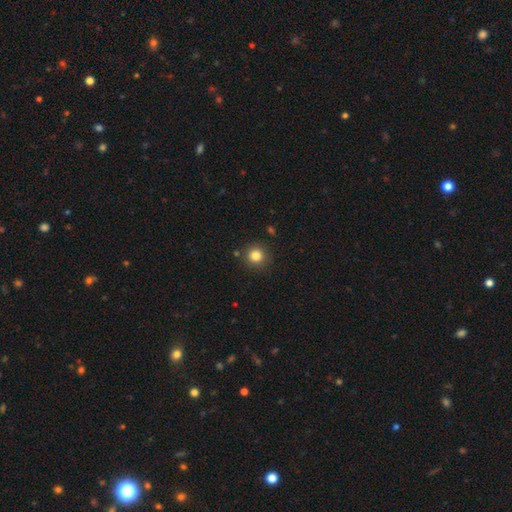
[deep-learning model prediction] Morphology: type=smooth (83%); roundness=round (93%); merging=none (88%).